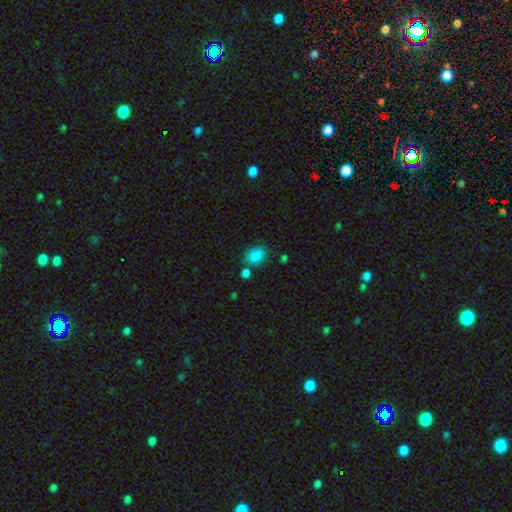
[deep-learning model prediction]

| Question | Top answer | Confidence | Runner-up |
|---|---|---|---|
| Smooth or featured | smooth | 85% | star or artifact (11%) |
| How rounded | in between | 64% | round (35%) |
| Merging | none | 69% | minor disturbance (14%) |